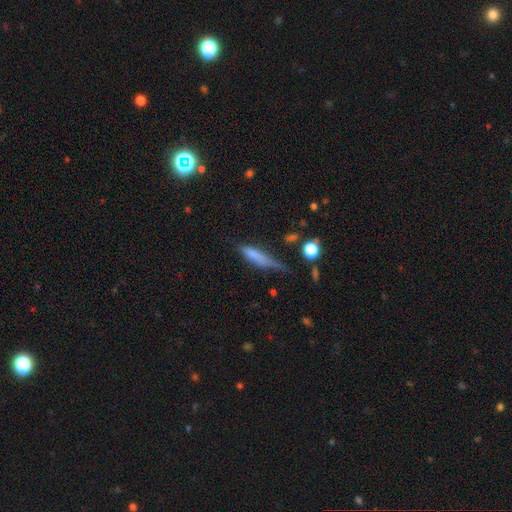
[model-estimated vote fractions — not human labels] Smooth or featured? Predicted: smooth (p=0.68). How rounded? Predicted: cigar-shaped (p=0.75). Merging? Predicted: none (p=0.40).